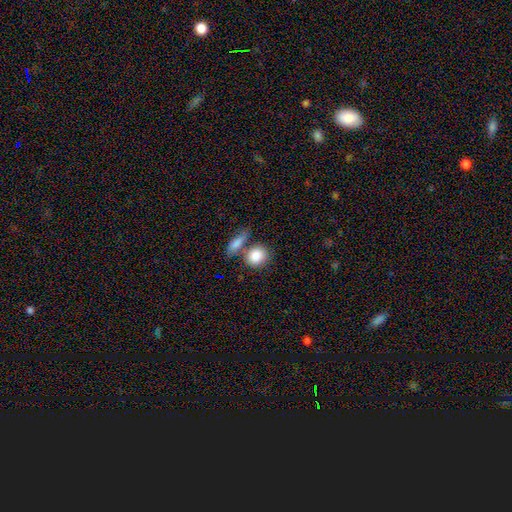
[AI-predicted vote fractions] Smooth or featured? Predicted: smooth (p=0.85). How rounded? Predicted: round (p=0.64). Merging? Predicted: none (p=0.51).